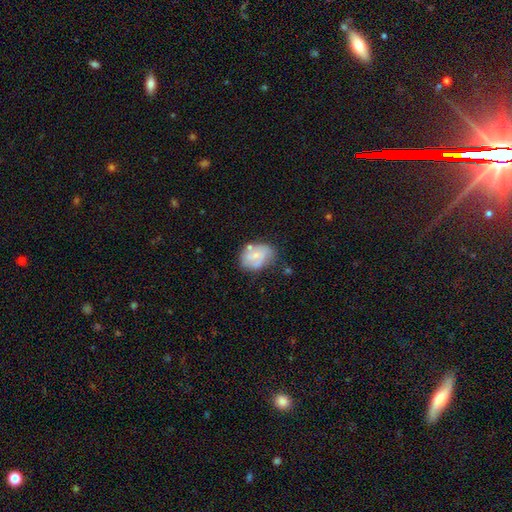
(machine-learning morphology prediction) type=smooth (50%); roundness=in between (63%); merging=none (51%).